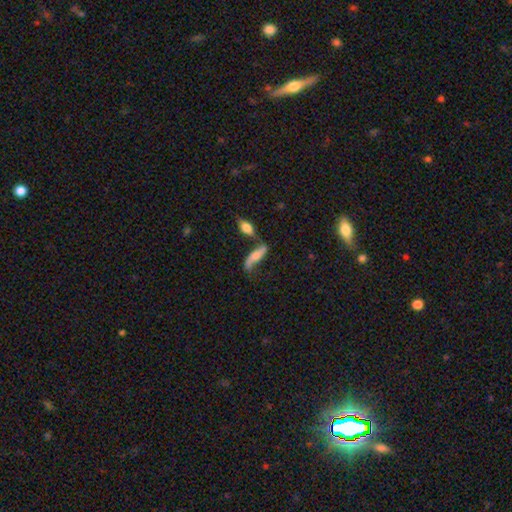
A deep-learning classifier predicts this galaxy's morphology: The model was most divided on "smooth or featured": featured or disk: 51%, smooth: 41%, star or artifact: 8%. Remaining: edge-on disk — no (68%); merging — none (48%).